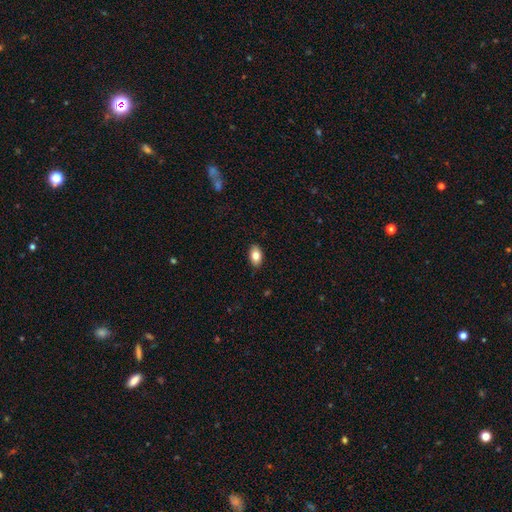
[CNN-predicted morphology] Smooth or featured?
  - smooth: 83% *
  - featured or disk: 9%
  - star or artifact: 7%
How rounded?
  - in between: 91% *
  - round: 7%
  - cigar-shaped: 2%
Merging?
  - none: 88% *
  - minor disturbance: 9%
  - major disturbance: 2%
  - merger: 1%